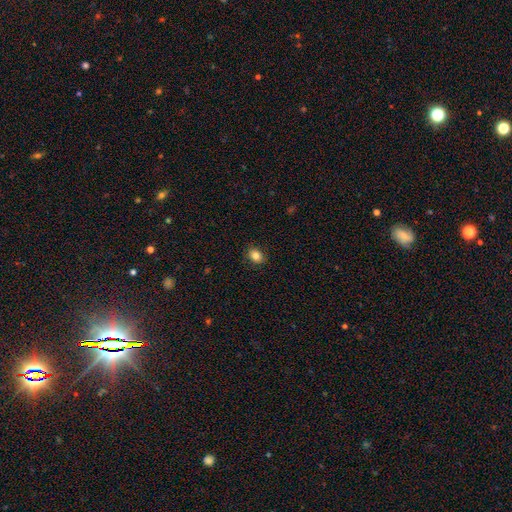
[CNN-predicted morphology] smooth-or-featured: smooth: 83% | star or artifact: 10% | featured or disk: 7%
  how-rounded: in between: 57% | round: 42% | cigar-shaped: 1%
  merging: none: 88% | minor disturbance: 9% | major disturbance: 2% | merger: 1%